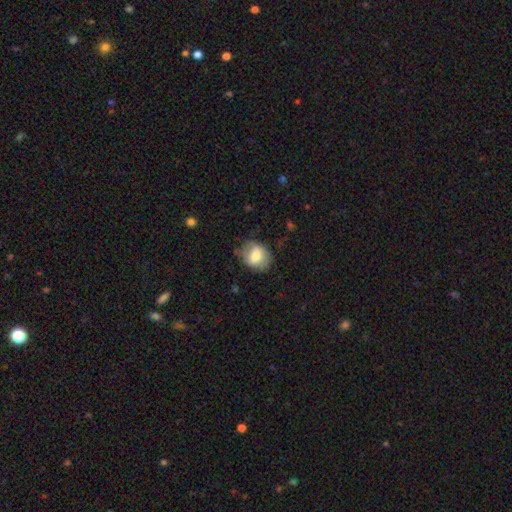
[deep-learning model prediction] smooth-or-featured: smooth: 71% | featured or disk: 21% | star or artifact: 7%
  how-rounded: round: 54% | in between: 45% | cigar-shaped: 1%
  merging: none: 66% | minor disturbance: 24% | major disturbance: 8% | merger: 1%